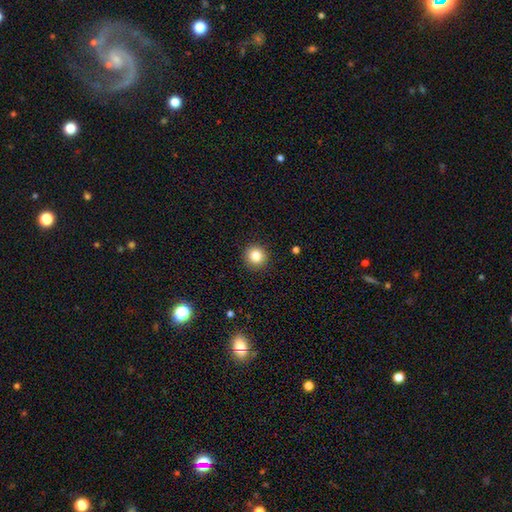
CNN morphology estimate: smooth-or-featured: smooth: 84% | star or artifact: 11% | featured or disk: 6%
  how-rounded: round: 94% | in between: 5% | cigar-shaped: 1%
  merging: none: 92% | minor disturbance: 5% | major disturbance: 2% | merger: 1%